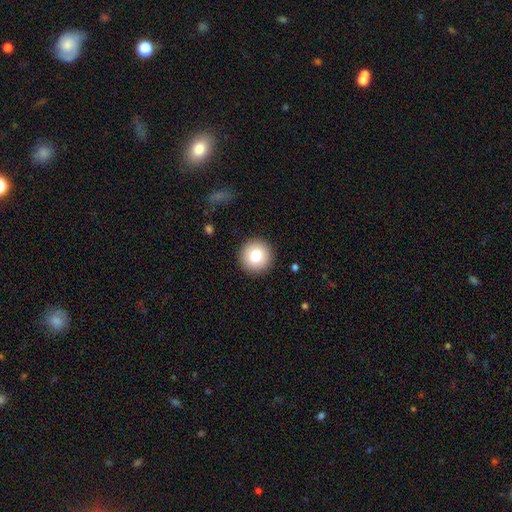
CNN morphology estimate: Overall: smooth (79%). How rounded: round (95%). Merging: none (92%).